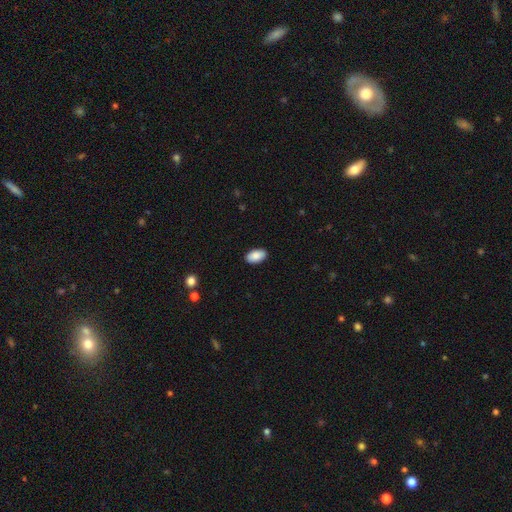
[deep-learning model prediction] This appears to be a smooth galaxy with no disk features (89%) that is in between round and cigar-shaped (95%). Merging: none (89%).